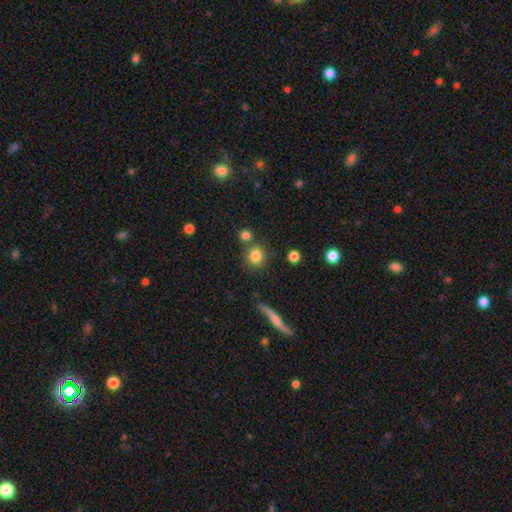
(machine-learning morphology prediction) Q: Smooth or featured?
A: smooth (82%); runner-up: star or artifact (11%)
Q: How rounded?
A: round (86%); runner-up: in between (12%)
Q: Merging?
A: none (73%); runner-up: merger (14%)